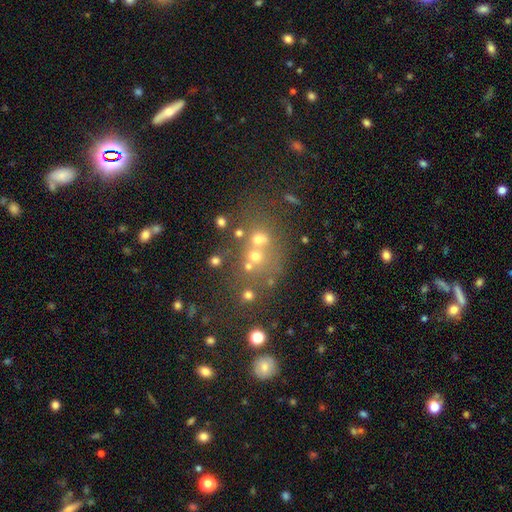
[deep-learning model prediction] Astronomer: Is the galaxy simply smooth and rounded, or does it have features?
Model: smooth — 49% (runner-up: star or artifact, 29%).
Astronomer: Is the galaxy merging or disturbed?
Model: none — 45% (runner-up: merger, 39%).